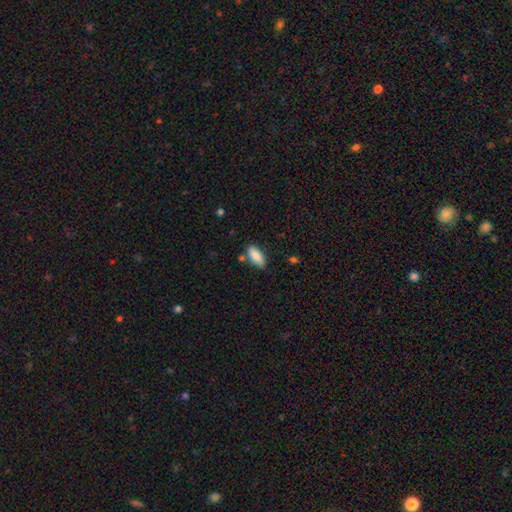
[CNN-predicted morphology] This is clearly a smooth galaxy (86%). How rounded: clearly in between (81%). Merging: likely none (78%).